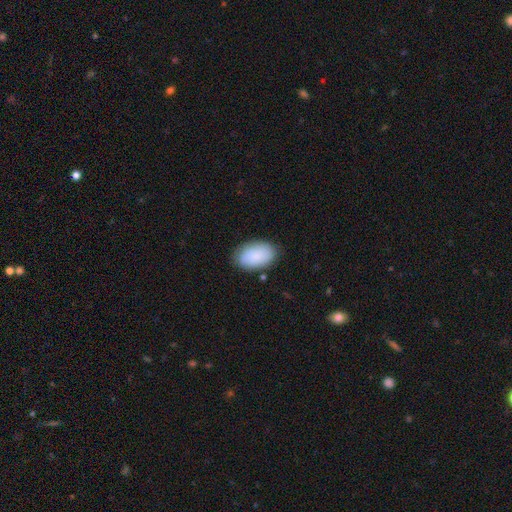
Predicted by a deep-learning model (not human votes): smooth-or-featured: smooth: 87% | featured or disk: 7% | star or artifact: 6%
  how-rounded: in between: 92% | round: 7% | cigar-shaped: 1%
  merging: none: 82% | minor disturbance: 14% | major disturbance: 3% | merger: 2%